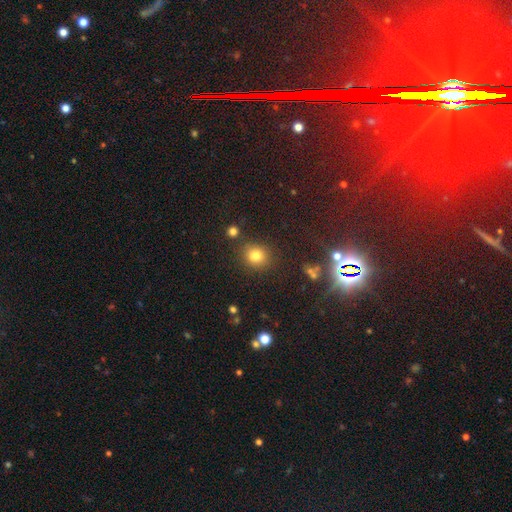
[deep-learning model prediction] The model was most divided on "how rounded": round: 81%, in between: 18%, cigar-shaped: 1%. More confident: merging — none (82%); smooth or featured — smooth (78%).